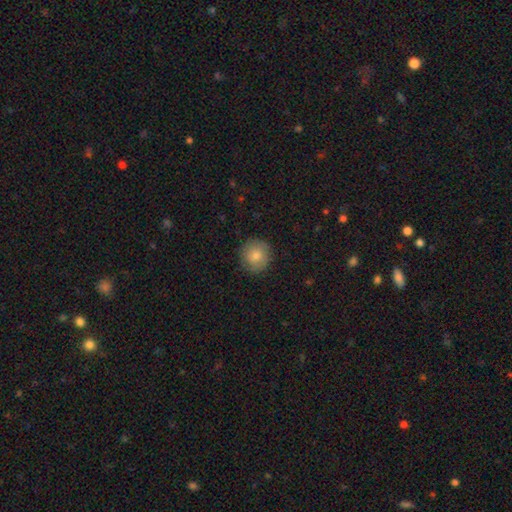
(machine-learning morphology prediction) This appears to be a smooth galaxy with no disk features (75%) that is round (91%). Merging: none (87%).